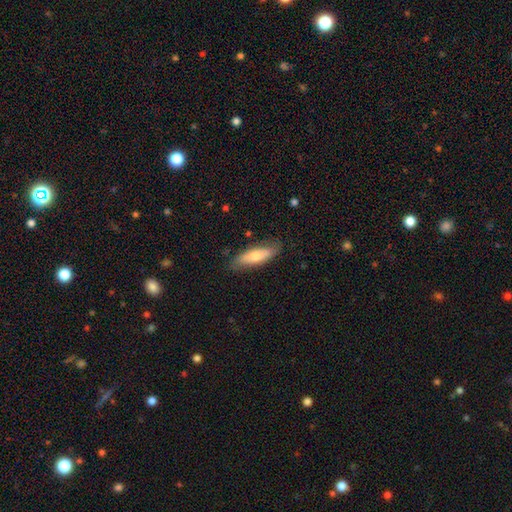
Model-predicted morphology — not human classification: type=smooth (64%); roundness=in between (51%); merging=none (80%).